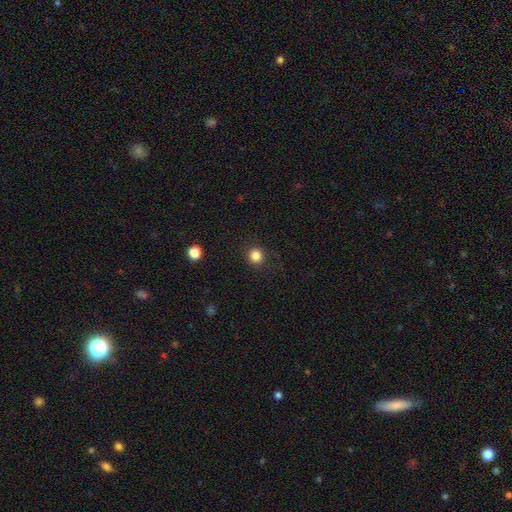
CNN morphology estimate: type=smooth (84%); roundness=round (94%); merging=none (88%).